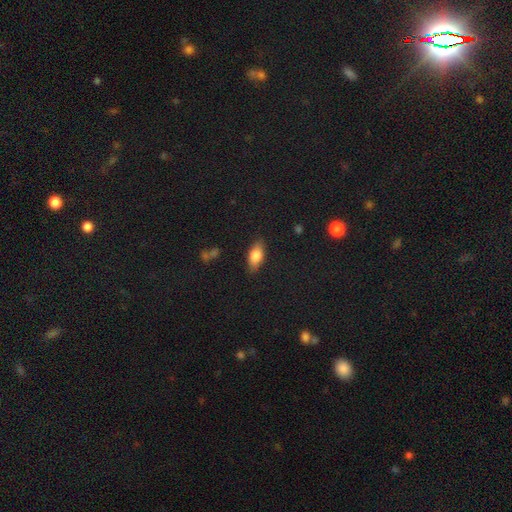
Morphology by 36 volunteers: Smooth or featured? smooth (81%)
How rounded? in between (90%)
Merging? none (89%)